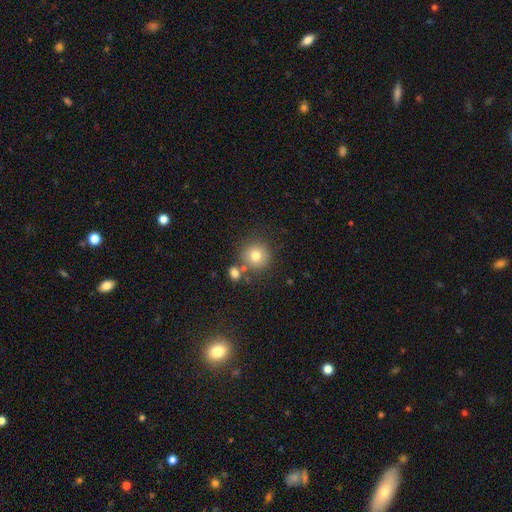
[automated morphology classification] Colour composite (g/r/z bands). It shows a smooth galaxy with no disk features (78%) that is round (93%). Merging: none (74%).